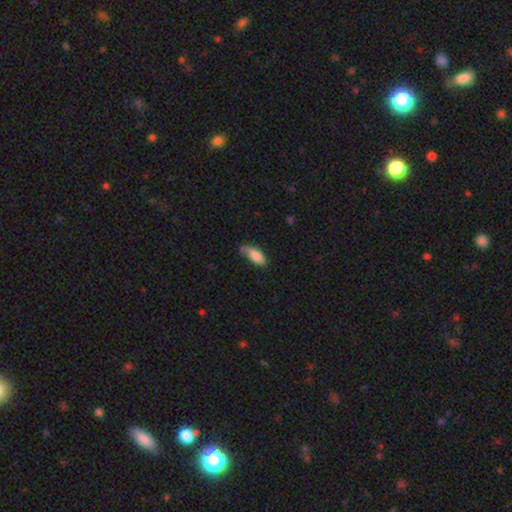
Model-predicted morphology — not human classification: A smooth galaxy with no disk features (85%) that is in between round and cigar-shaped (87%). Merging: none (51%).